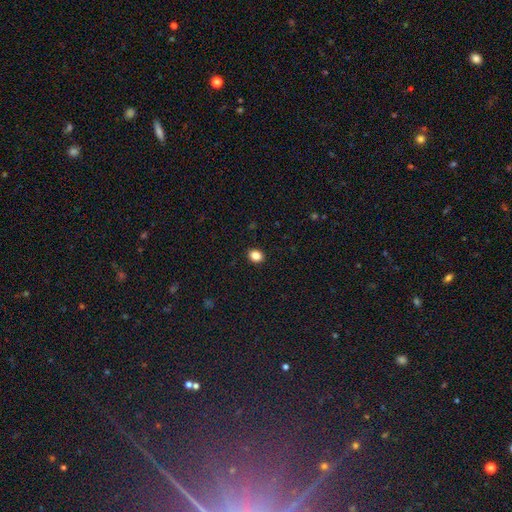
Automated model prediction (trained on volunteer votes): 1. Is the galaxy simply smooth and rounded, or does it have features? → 85% smooth, 11% star or artifact, 4% featured or disk.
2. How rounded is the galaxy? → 58% round, 41% in between, 1% cigar-shaped.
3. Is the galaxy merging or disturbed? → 92% none, 6% minor disturbance, 2% major disturbance, 1% merger.